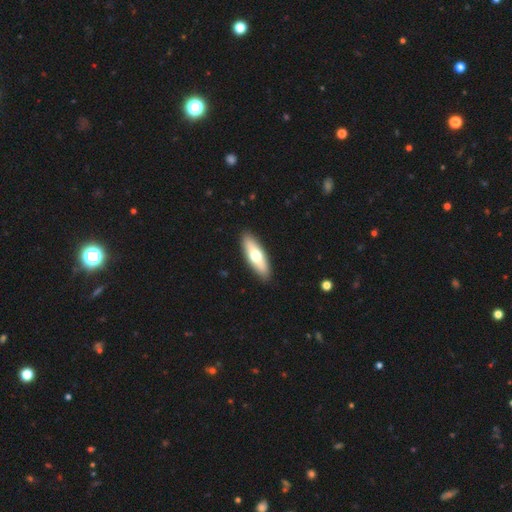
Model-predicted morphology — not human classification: A smooth galaxy with no disk features (59%) that is in between round and cigar-shaped (54%). Merging: none (90%).